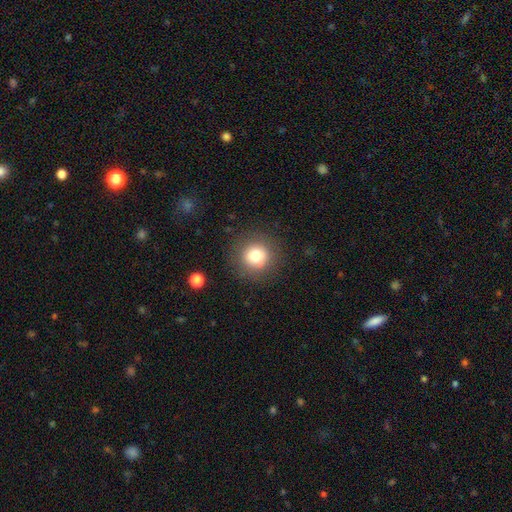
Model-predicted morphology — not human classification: Smooth or featured: smooth — 77% (star or artifact — 12%)
How rounded: round — 94% (in between — 5%)
Merging: none — 88% (minor disturbance — 8%)